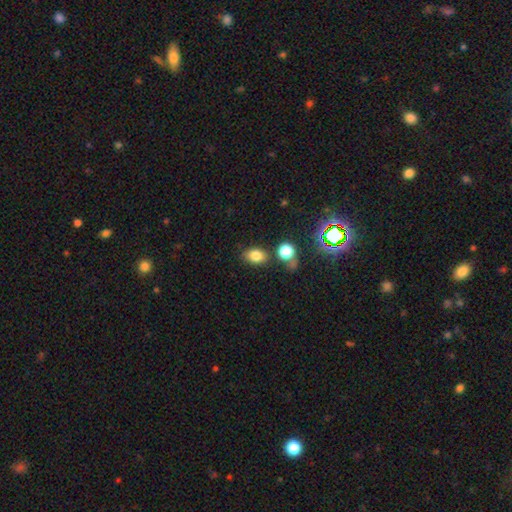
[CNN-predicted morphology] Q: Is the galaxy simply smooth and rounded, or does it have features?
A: smooth — 79%.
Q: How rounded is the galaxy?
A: in between — 73%.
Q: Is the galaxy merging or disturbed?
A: none — 73%.